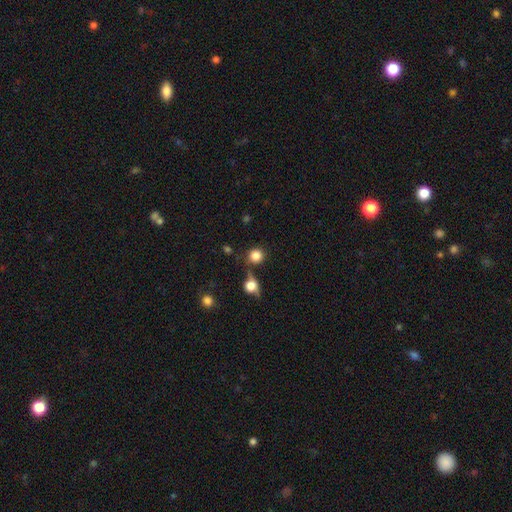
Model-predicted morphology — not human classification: Overall: smooth (83%). How rounded: round (89%). Merging: none (70%).